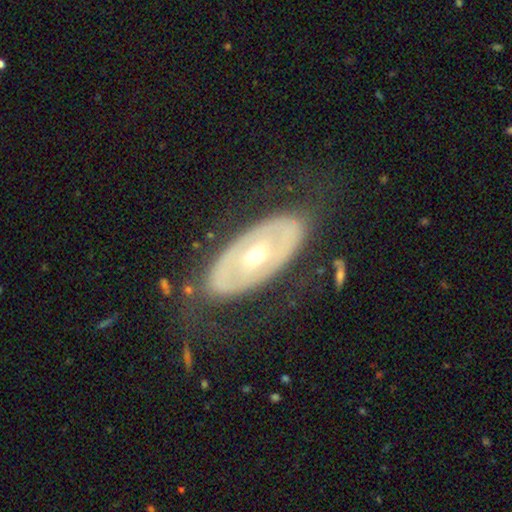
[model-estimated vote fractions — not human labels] Smooth or featured? featured or disk (69%)
Edge-on disk? no (87%)
Bar? no (75%)
Spiral arms? no (76%)
Bulge size? moderate (50%)
Merging? none (71%)